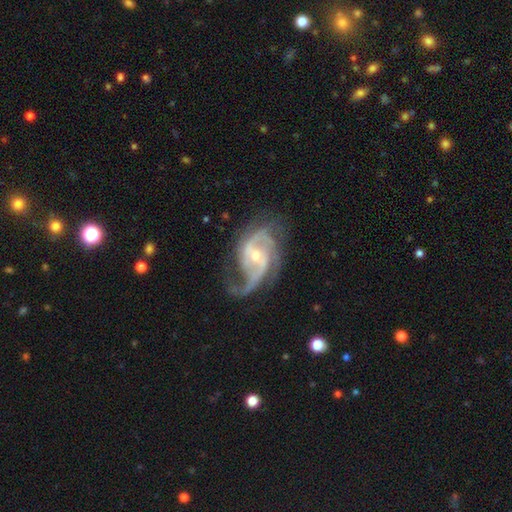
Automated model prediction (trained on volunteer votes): Morphology: type=featured or disk (91%); edge-on=no (97%); bar=no (43%); spiral arms=yes (97%); winding=medium (49%); arm count=2 (61%); bulge=small (58%); merging=none (55%).